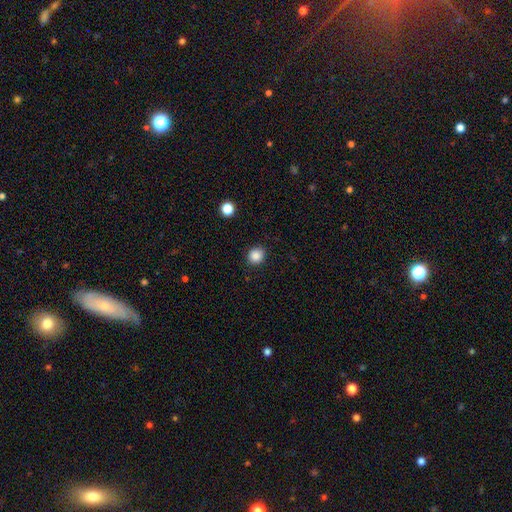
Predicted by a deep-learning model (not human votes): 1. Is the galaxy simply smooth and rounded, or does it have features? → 86% smooth, 10% star or artifact, 4% featured or disk.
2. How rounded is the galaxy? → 82% round, 17% in between, 1% cigar-shaped.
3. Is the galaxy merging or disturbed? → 90% none, 7% minor disturbance, 2% major disturbance, 1% merger.